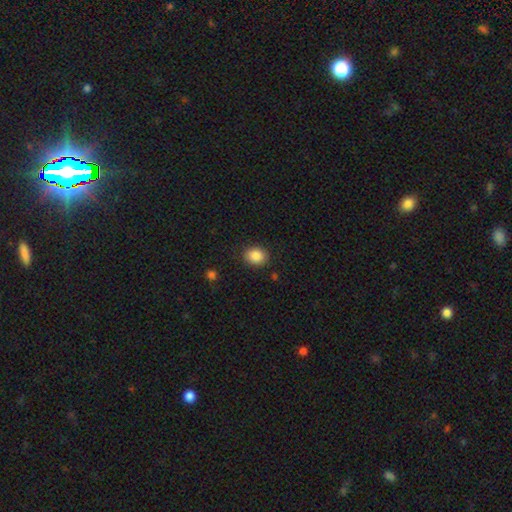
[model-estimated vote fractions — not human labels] Morphology: type=smooth (87%); roundness=round (57%); merging=none (88%).